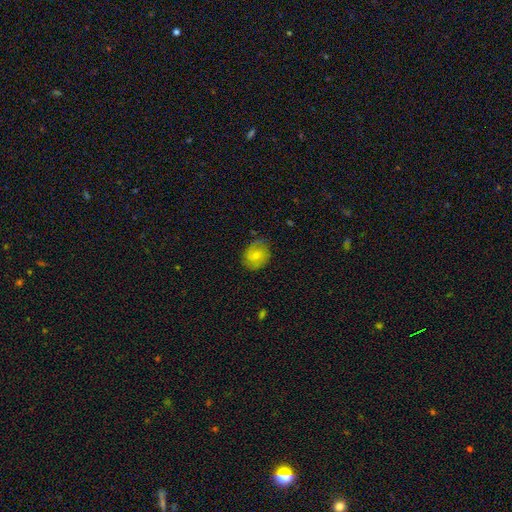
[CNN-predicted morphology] Smooth or featured? smooth (64%)
How rounded? round (67%)
Merging? none (73%)